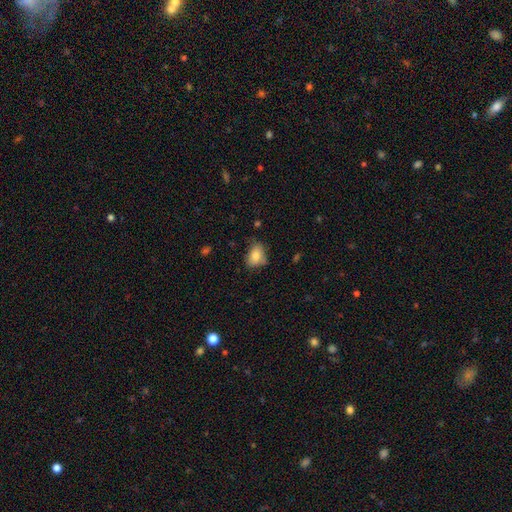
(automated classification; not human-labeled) A smooth galaxy with no disk features (81%) that is in between round and cigar-shaped (73%). Merging: none (60%).